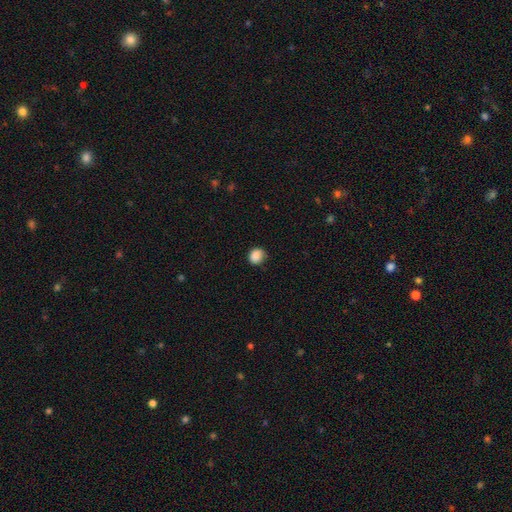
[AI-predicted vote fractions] A smooth galaxy with no disk features (87%) that is round (71%). Merging: none (77%).